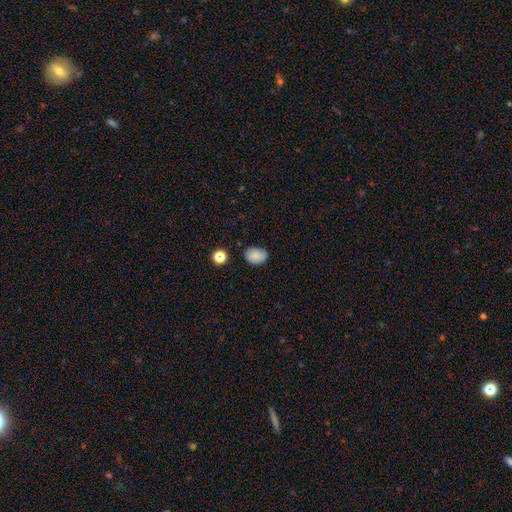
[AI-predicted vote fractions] This appears to be a smooth galaxy with no disk features (84%) that is in between round and cigar-shaped (75%). Merging: none (80%).